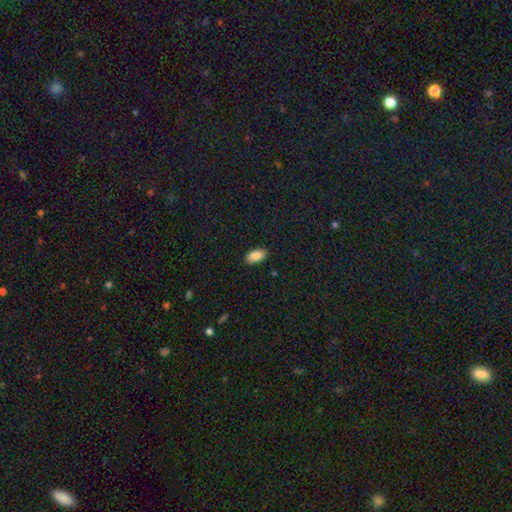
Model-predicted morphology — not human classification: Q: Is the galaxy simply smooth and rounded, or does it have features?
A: smooth — 87%.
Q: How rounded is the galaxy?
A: in between — 94%.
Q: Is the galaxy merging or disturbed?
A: none — 89%.